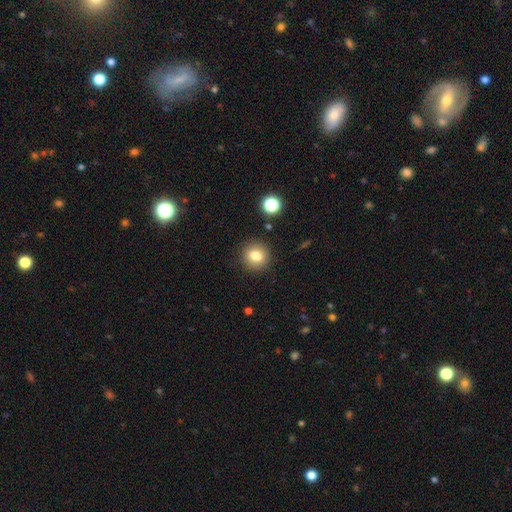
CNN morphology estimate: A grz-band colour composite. It shows a smooth galaxy with no disk features (79%) that is round (85%). Merging: none (89%).